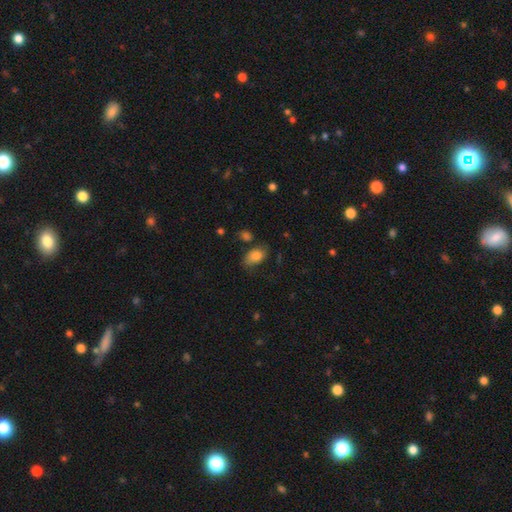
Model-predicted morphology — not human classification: Smooth or featured? Predicted: smooth (p=0.81). How rounded? Predicted: in between (p=0.87). Merging? Predicted: none (p=0.57).